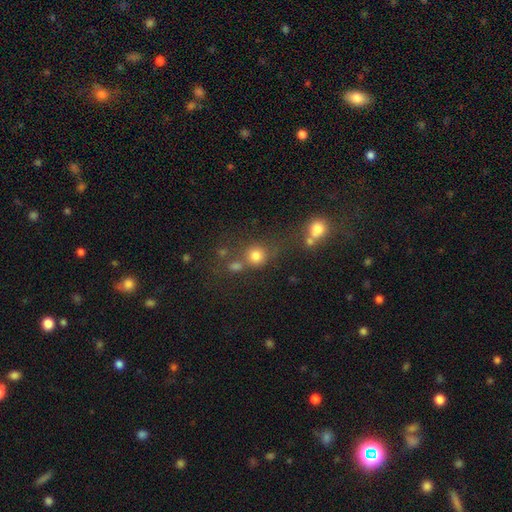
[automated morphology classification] A smooth galaxy with no disk features (77%) that is round (86%). Merging: none (59%).